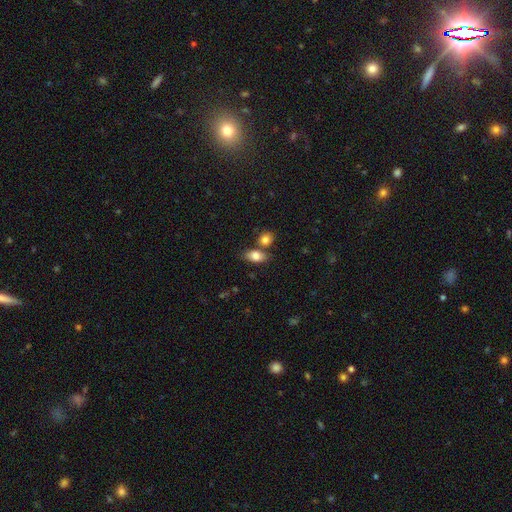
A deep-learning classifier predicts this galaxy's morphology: Smooth or featured? smooth (82%)
How rounded? in between (86%)
Merging? none (59%)